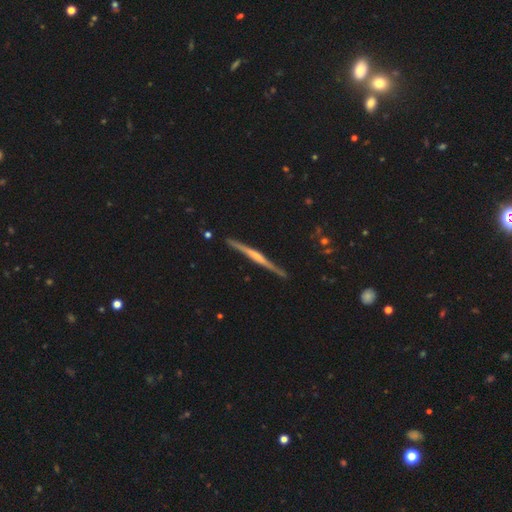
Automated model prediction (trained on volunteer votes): This appears to be a featured or disk galaxy (77%) viewed edge-on (97%) with a rounded central bulge (66%). Merging: none (88%).